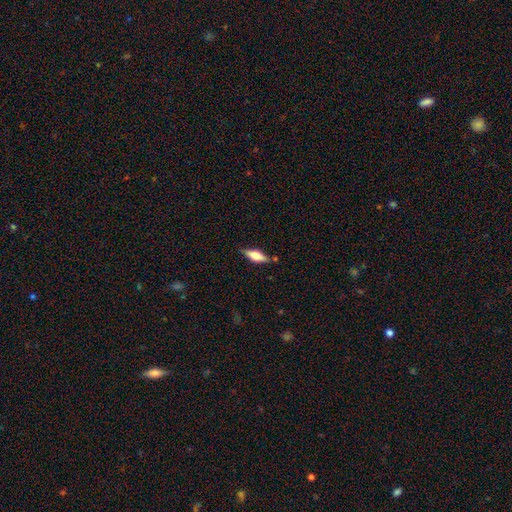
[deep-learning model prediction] Smooth or featured? Predicted: smooth (p=0.53). How rounded? Predicted: in between (p=0.63). Merging? Predicted: none (p=0.79).